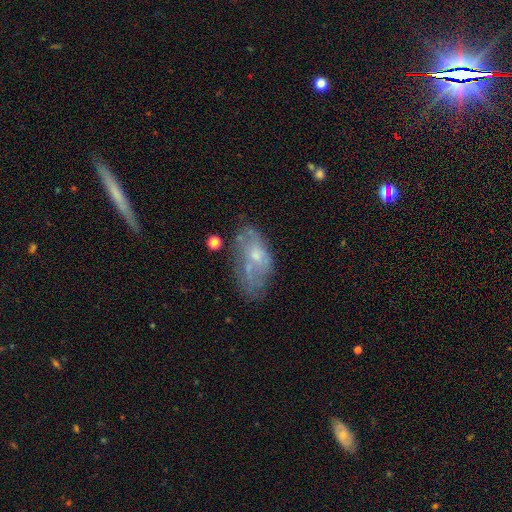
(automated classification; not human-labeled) Smooth or featured: featured or disk — 52% (smooth — 39%)
Edge-on disk: no — 91% (yes — 9%)
Merging: none — 42% (minor disturbance — 28%)